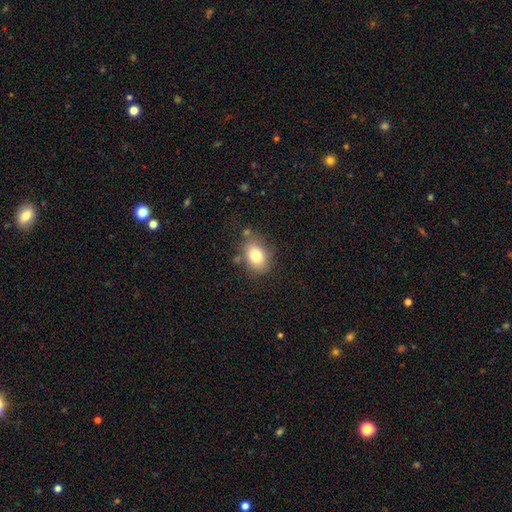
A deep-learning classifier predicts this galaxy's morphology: smooth_or_featured: smooth (p=0.79) [alt: featured or disk p=0.12]
how_rounded: in between (p=0.73) [alt: round p=0.25]
merging: none (p=0.73) [alt: minor disturbance p=0.16]